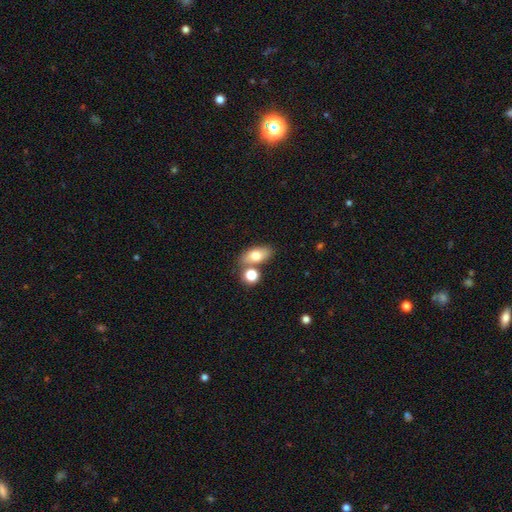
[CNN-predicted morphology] Overall: smooth (73%). How rounded: in between (81%). Merging: none (64%).